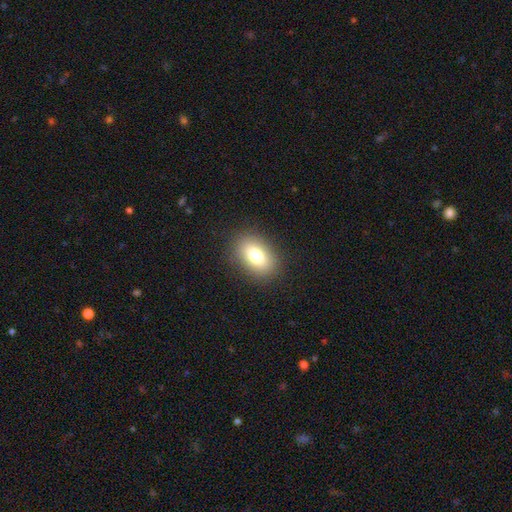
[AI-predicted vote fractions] A smooth galaxy with no disk features (78%) that is in between round and cigar-shaped (83%).

Vote fractions:
- Smooth or featured? smooth: 78% / featured or disk: 12% / star or artifact: 10%
- How rounded? in between: 83% / round: 15% / cigar-shaped: 2%
- Merging? none: 87% / minor disturbance: 9% / major disturbance: 3% / merger: 1%